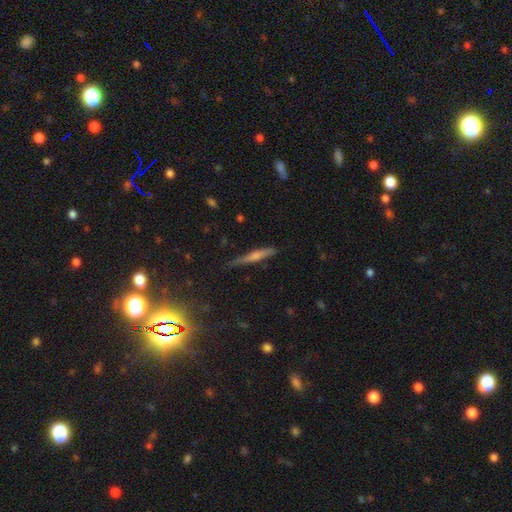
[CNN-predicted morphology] The model was most divided on "smooth or featured": featured or disk: 57%, smooth: 23%, star or artifact: 21%. More confident: edge-on disk — yes (95%); merging — none (85%); edge-on bulge — rounded (74%).